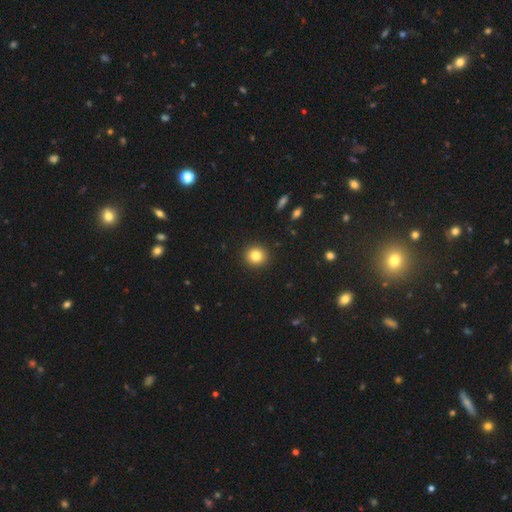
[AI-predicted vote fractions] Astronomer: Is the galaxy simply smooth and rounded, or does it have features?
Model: smooth — 83%.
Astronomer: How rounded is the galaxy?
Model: round — 90%.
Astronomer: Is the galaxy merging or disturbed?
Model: none — 92%.